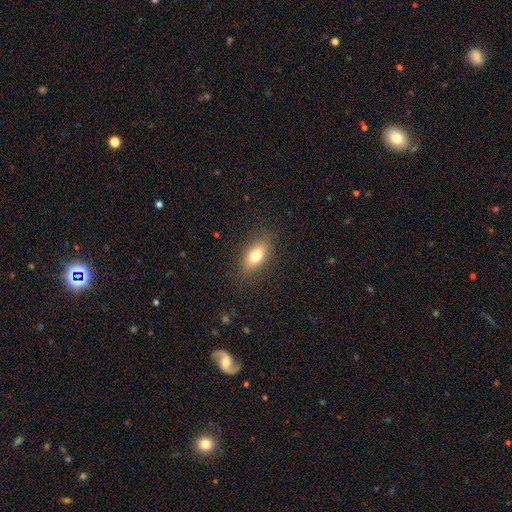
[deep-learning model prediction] A smooth galaxy with no disk features (75%) that is in between round and cigar-shaped (84%). Merging: none (85%).